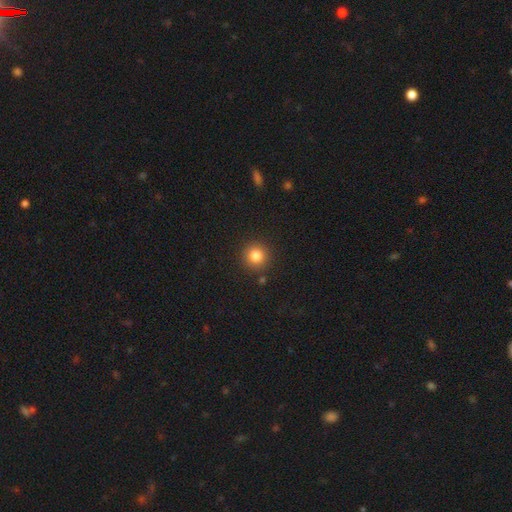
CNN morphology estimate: Smooth or featured? smooth (83%)
How rounded? round (94%)
Merging? none (89%)